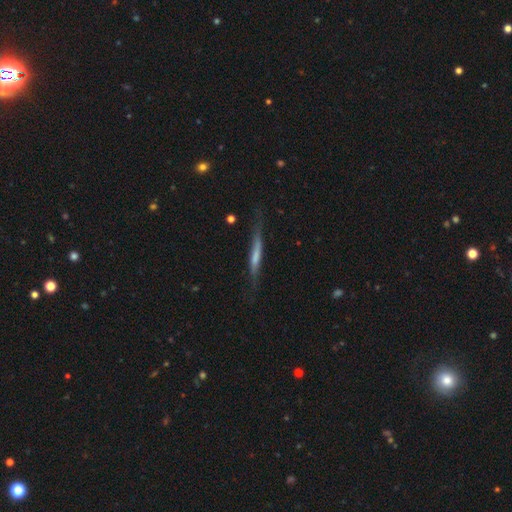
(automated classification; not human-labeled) Smooth or featured?
  - smooth: 50% *
  - featured or disk: 44%
  - star or artifact: 6%
Merging?
  - none: 64% *
  - minor disturbance: 24%
  - major disturbance: 9%
  - merger: 3%